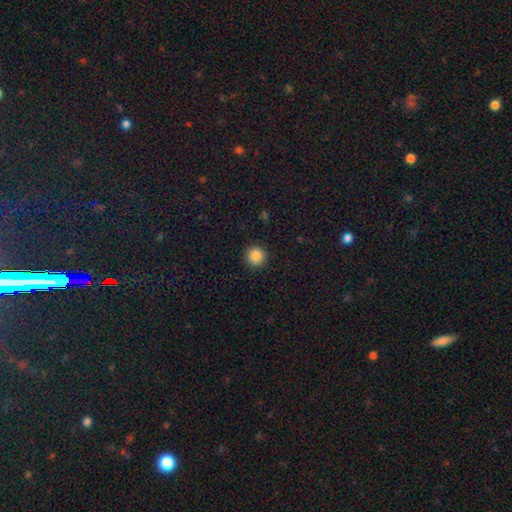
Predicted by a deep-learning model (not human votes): Overall: smooth (86%). How rounded: round (95%). Merging: none (92%).